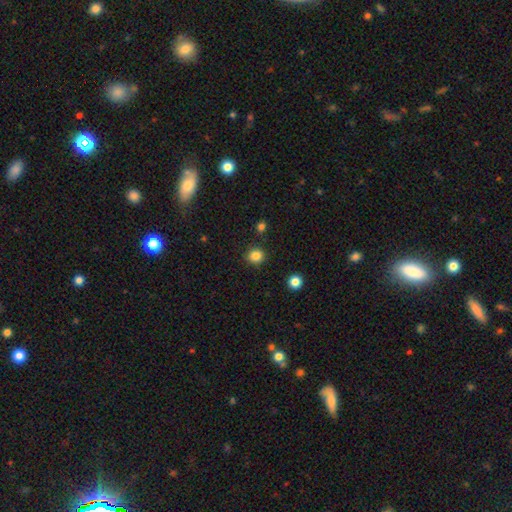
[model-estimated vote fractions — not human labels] Smooth or featured?
  - smooth: 85% *
  - star or artifact: 11%
  - featured or disk: 4%
How rounded?
  - round: 85% *
  - in between: 14%
  - cigar-shaped: 1%
Merging?
  - none: 89% *
  - minor disturbance: 7%
  - merger: 2%
  - major disturbance: 2%